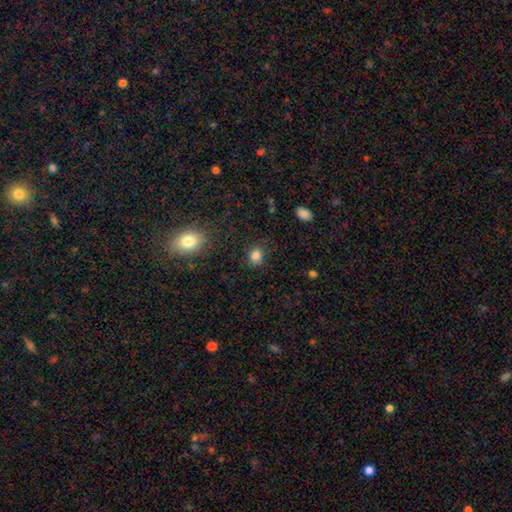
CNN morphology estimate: Smooth or featured? smooth (84%)
How rounded? round (56%)
Merging? none (81%)